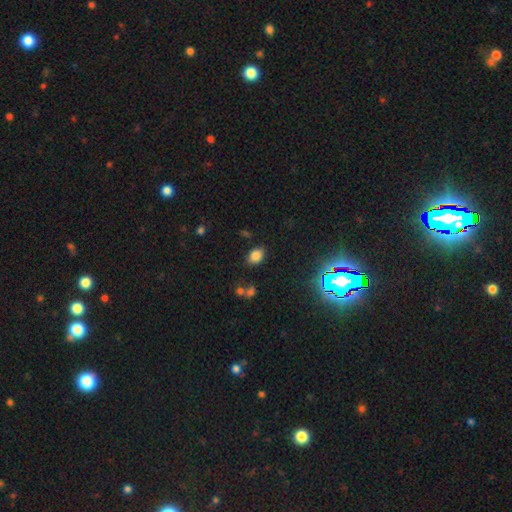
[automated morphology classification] smooth_or_featured: smooth (p=0.80) [alt: star or artifact p=0.13]
how_rounded: in between (p=0.77) [alt: round p=0.22]
merging: none (p=0.81) [alt: minor disturbance p=0.12]